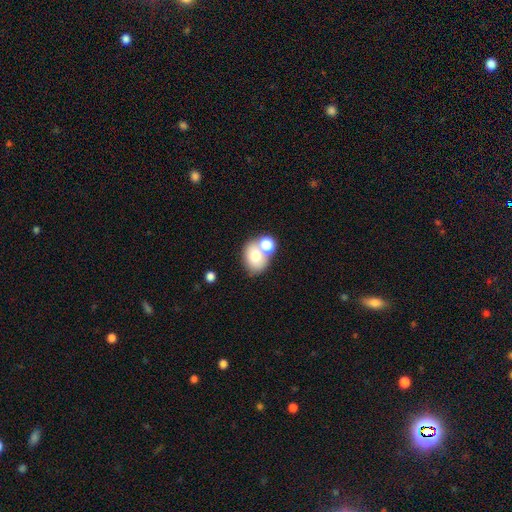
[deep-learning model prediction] Overall: smooth (68%). How rounded: in between (52%; round 47%). Merging: none (44%; merger 41%).